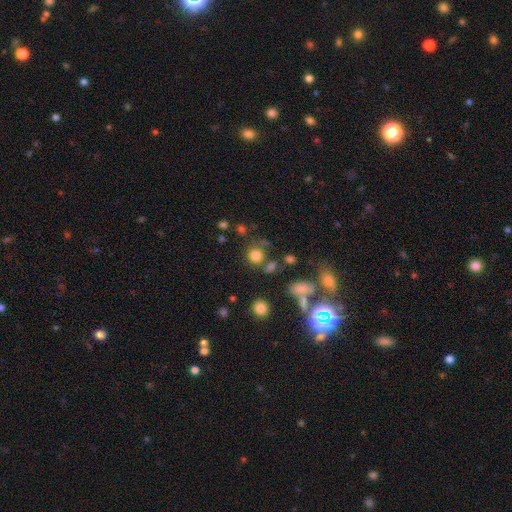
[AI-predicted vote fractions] Q: Smooth or featured?
A: smooth (77%); runner-up: star or artifact (15%)
Q: How rounded?
A: round (85%); runner-up: in between (14%)
Q: Merging?
A: none (65%); runner-up: merger (14%)